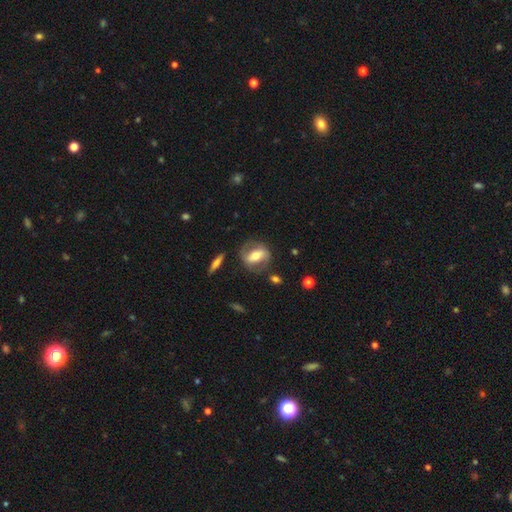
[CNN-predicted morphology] Overall: featured or disk (58%; smooth 36%). Edge-on disk: no (85%). Merging: none (71%).